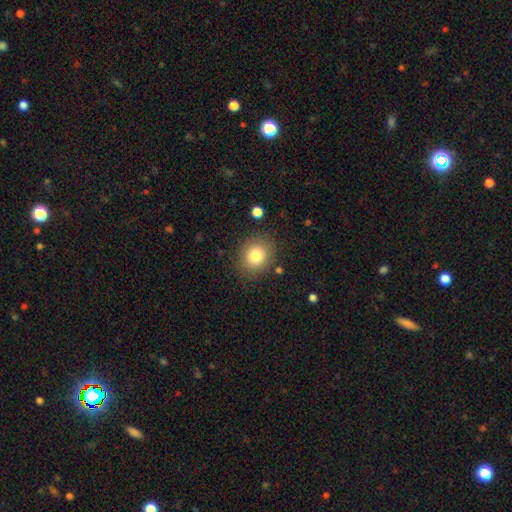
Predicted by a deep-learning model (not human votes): Smooth or featured: smooth — 81% (star or artifact — 11%)
How rounded: round — 76% (in between — 23%)
Merging: none — 85% (minor disturbance — 10%)